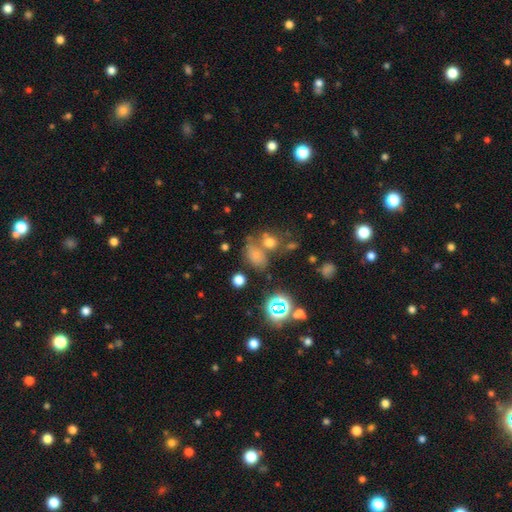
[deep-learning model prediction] Smooth or featured? smooth (64%)
How rounded? in between (68%)
Merging? none (49%)